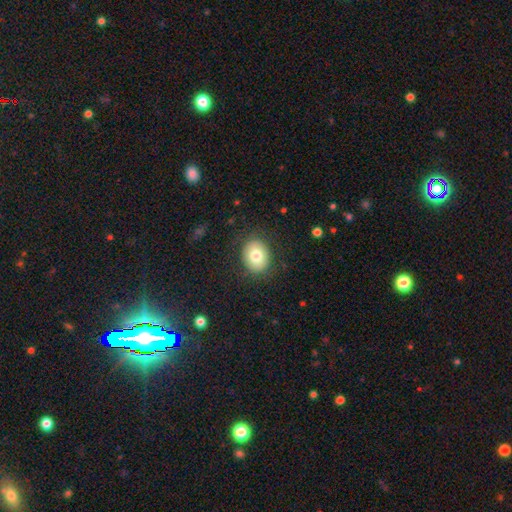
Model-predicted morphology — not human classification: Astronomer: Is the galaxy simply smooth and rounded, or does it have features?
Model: smooth — 78%.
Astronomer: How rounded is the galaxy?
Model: round — 50% (runner-up: in between, 49%).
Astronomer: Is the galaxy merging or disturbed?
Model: none — 85%.